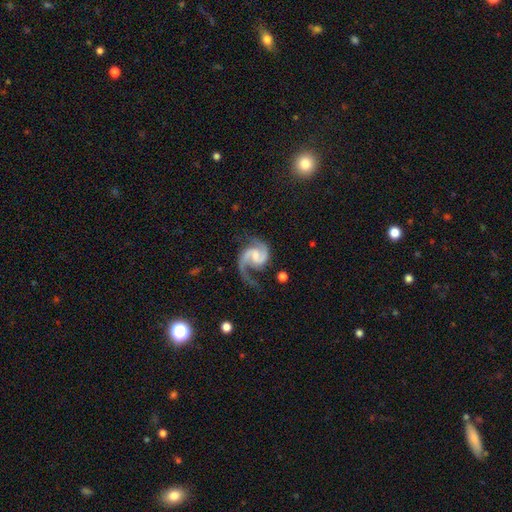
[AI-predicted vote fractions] smooth_or_featured: featured or disk (p=0.92) [alt: smooth p=0.04]
disk_edge_on: no (p=0.98) [alt: yes p=0.02]
bar: weak (p=0.48) [alt: no p=0.38]
has_spiral_arms: yes (p=0.98) [alt: no p=0.02]
spiral_winding: medium (p=0.53) [alt: loose p=0.34]
spiral_arm_count: 2 (p=0.84) [alt: 1 p=0.11]
bulge_size: small (p=0.35) [alt: none p=0.29]
merging: none (p=0.58) [alt: major disturbance p=0.20]